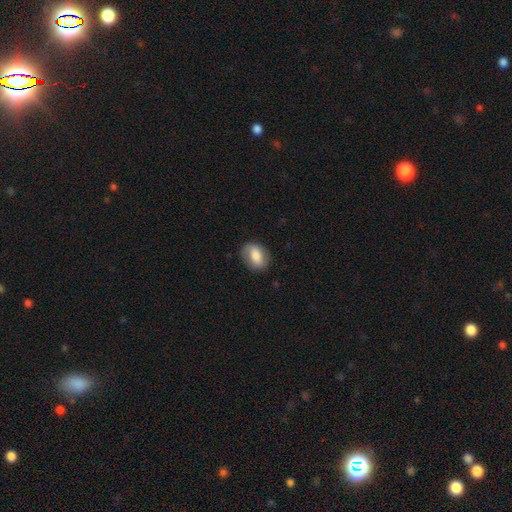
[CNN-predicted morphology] smooth-or-featured: smooth: 73% | featured or disk: 20% | star or artifact: 7%
  how-rounded: in between: 76% | round: 22% | cigar-shaped: 2%
  merging: none: 79% | minor disturbance: 15% | major disturbance: 4% | merger: 1%